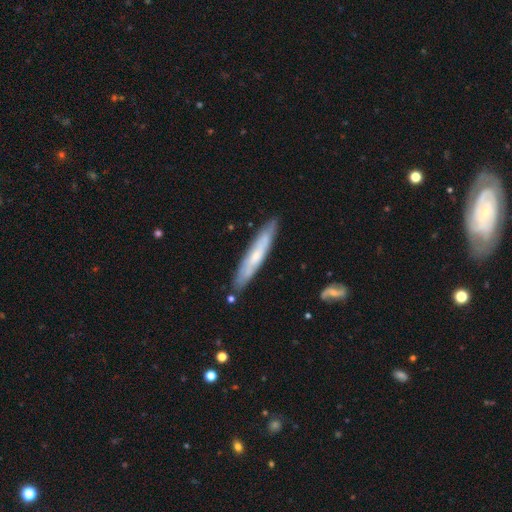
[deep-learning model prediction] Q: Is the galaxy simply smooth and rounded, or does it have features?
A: smooth — 49%.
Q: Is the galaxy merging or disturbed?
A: none — 85%.